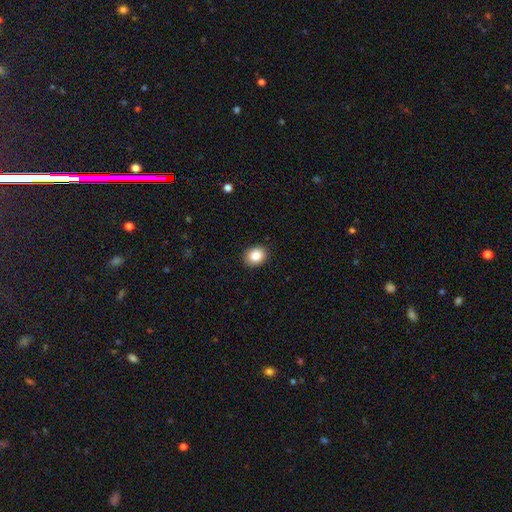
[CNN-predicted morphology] Smooth or featured? Predicted: smooth (p=0.87). How rounded? Predicted: round (p=0.55). Merging? Predicted: none (p=0.89).